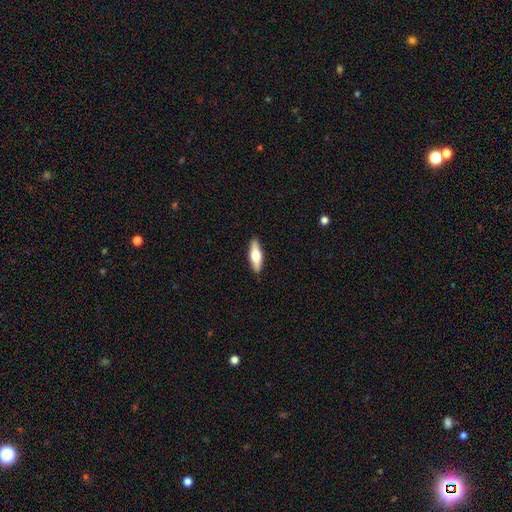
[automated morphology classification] This is possibly a smooth galaxy (53%). How rounded: possibly cigar-shaped (52%). Merging: clearly none (90%).